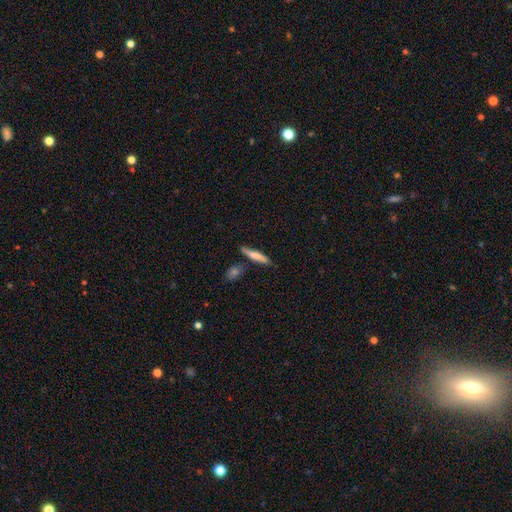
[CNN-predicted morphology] smooth 65%, featured or disk 28%, star or artifact 6%. Down the decision tree: how rounded — cigar-shaped (86%); merging — none (71%).